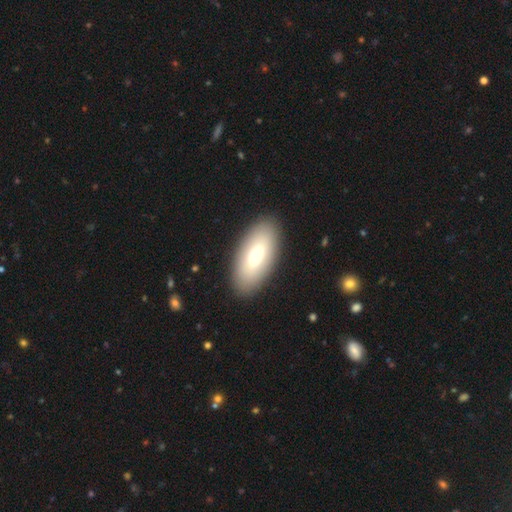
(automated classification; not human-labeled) Smooth or featured: smooth — 69% (featured or disk — 24%)
How rounded: in between — 90% (cigar-shaped — 7%)
Merging: none — 89% (minor disturbance — 7%)